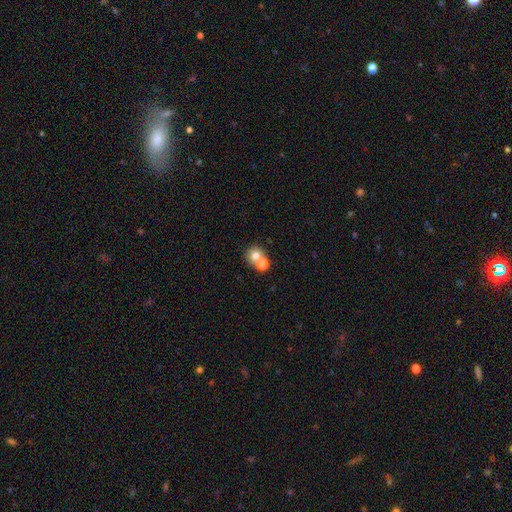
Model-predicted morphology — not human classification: smooth_or_featured: smooth (p=0.74) [alt: featured or disk p=0.14]
how_rounded: round (p=0.83) [alt: in between p=0.16]
merging: merger (p=0.46) [tied with: none p=0.46]